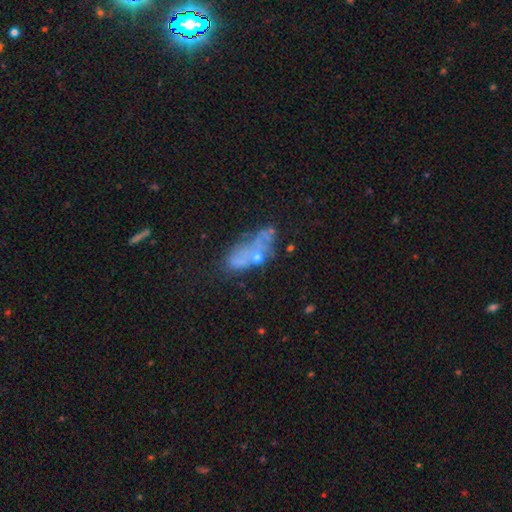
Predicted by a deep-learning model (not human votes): A featured or disk galaxy (45%).

Vote fractions:
- Smooth or featured? featured or disk: 45% / smooth: 40% / star or artifact: 16%
- Merging? none: 31% / major disturbance: 28% / merger: 21% / minor disturbance: 20%